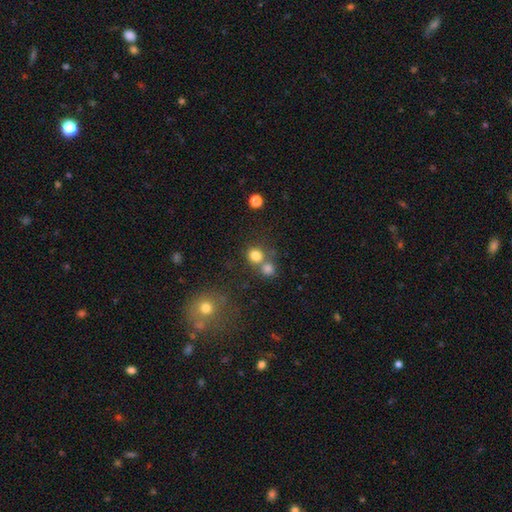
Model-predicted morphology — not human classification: Smooth or featured?
  - smooth: 78% *
  - star or artifact: 14%
  - featured or disk: 7%
How rounded?
  - round: 85% *
  - in between: 14%
  - cigar-shaped: 1%
Merging?
  - none: 55% *
  - merger: 33%
  - minor disturbance: 8%
  - major disturbance: 4%